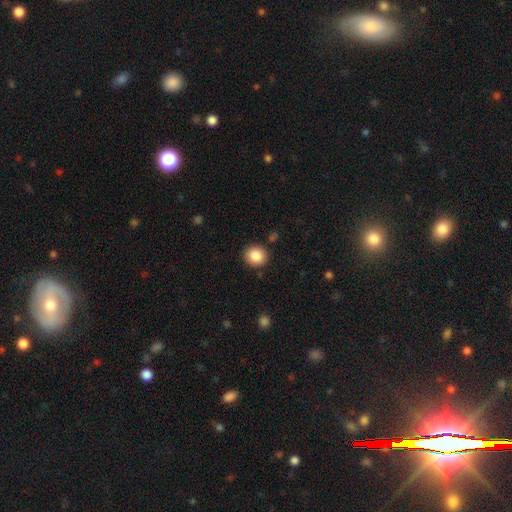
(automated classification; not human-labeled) This appears to be a smooth galaxy with no disk features (87%) that is round (85%). Merging: none (89%).